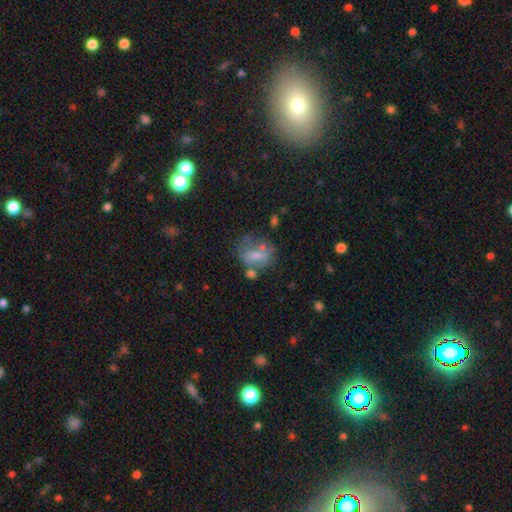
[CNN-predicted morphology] Overall: smooth (50%; featured or disk 36%). Merging: none (38%; minor disturbance 23%).